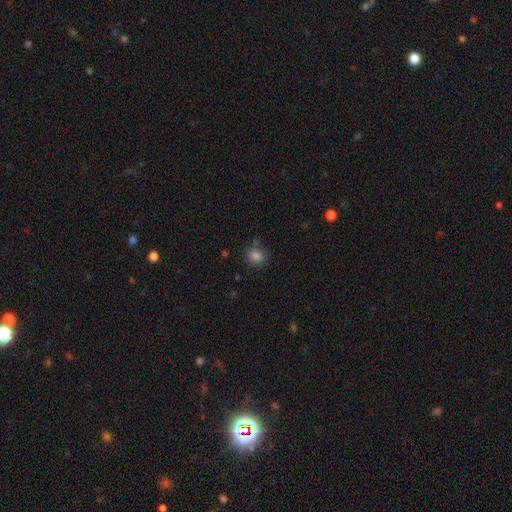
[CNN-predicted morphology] This appears to be a smooth galaxy with no disk features (83%) that is round (84%). Merging: none (76%).